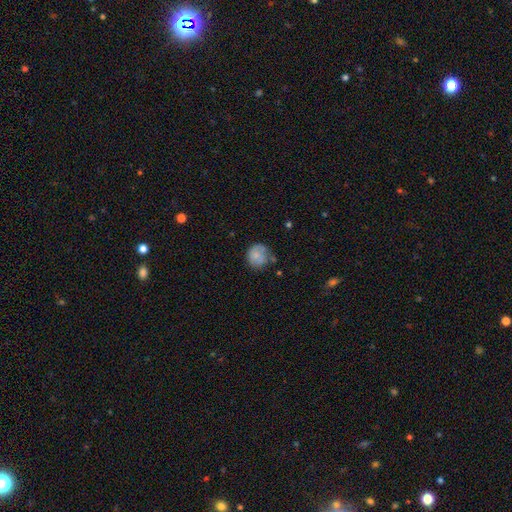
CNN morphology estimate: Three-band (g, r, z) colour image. It shows a smooth galaxy with no disk features (74%) that is round (83%). Merging: none (60%).